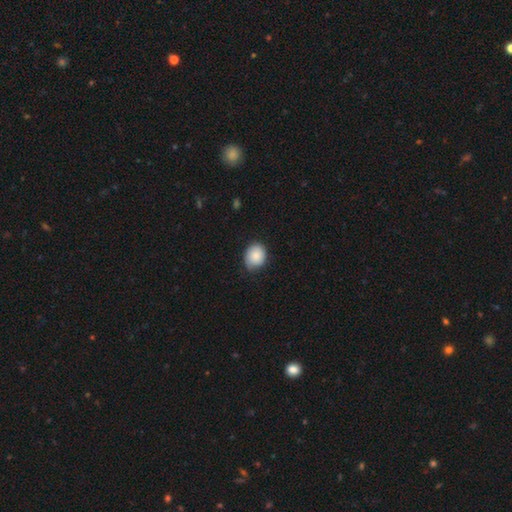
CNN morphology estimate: The model was most divided on "how rounded": round: 61%, in between: 38%, cigar-shaped: 1%. More confident: smooth or featured — smooth (86%); merging — none (77%).